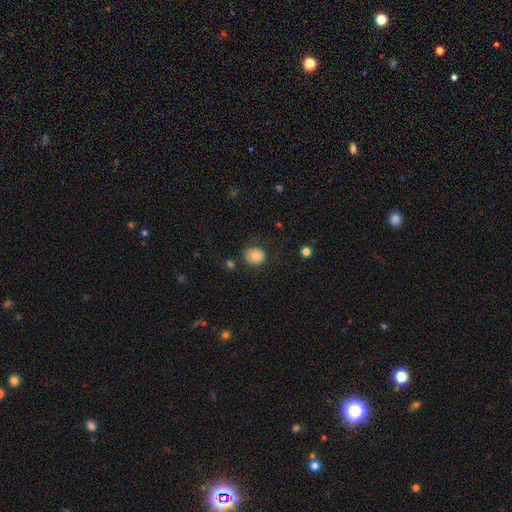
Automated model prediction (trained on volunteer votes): Overall: smooth (78%). How rounded: round (73%). Merging: none (70%).